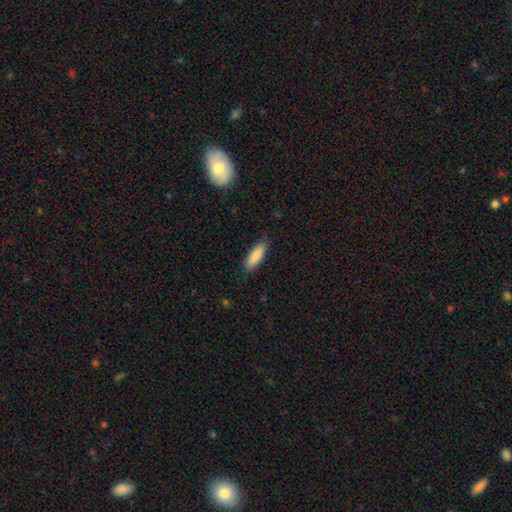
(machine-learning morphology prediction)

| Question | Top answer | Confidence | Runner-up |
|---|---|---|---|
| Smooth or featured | smooth | 86% | featured or disk (8%) |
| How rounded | in between | 57% | cigar-shaped (41%) |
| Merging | none | 83% | minor disturbance (13%) |